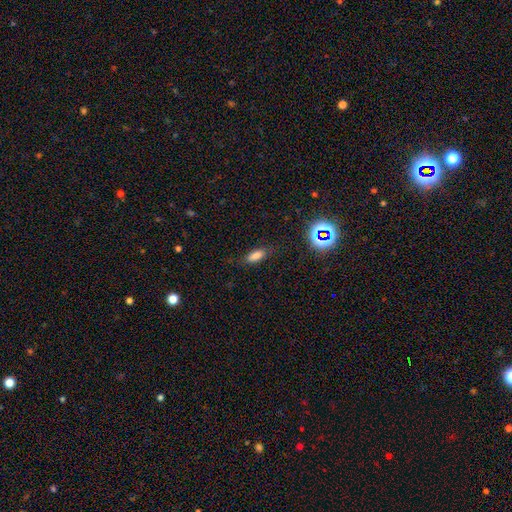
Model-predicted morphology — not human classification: A smooth galaxy with no disk features (78%) that is in between round and cigar-shaped (75%).

Vote fractions:
- Smooth or featured? smooth: 78% / star or artifact: 14% / featured or disk: 8%
- How rounded? in between: 75% / cigar-shaped: 21% / round: 4%
- Merging? none: 79% / minor disturbance: 15% / major disturbance: 4% / merger: 2%